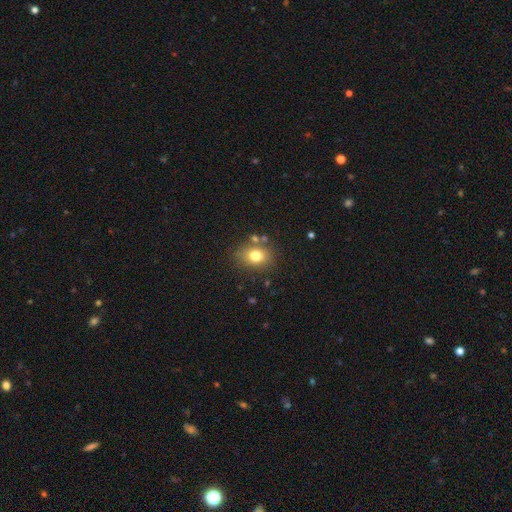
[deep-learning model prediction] The model was most divided on "how rounded": in between: 53%, round: 46%, cigar-shaped: 1%. More confident: smooth or featured — smooth (77%); merging — none (76%).